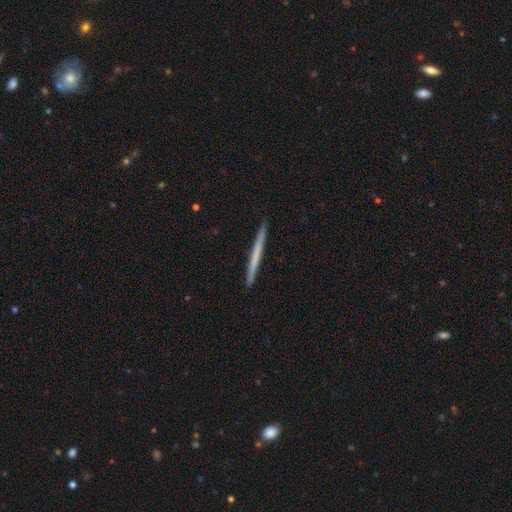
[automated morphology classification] This appears to be a smooth galaxy with no disk features (52%) that is cigar-shaped (97%). Merging: none (92%).